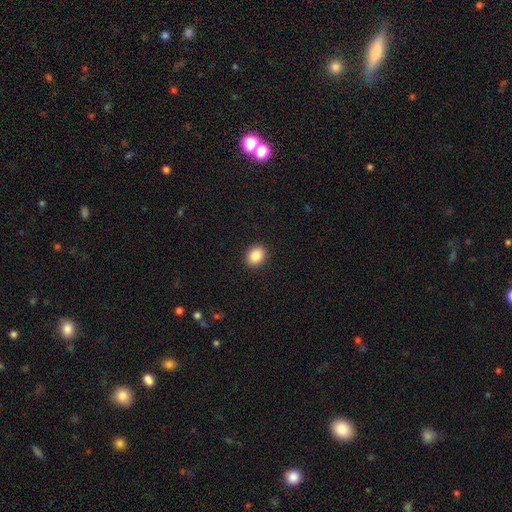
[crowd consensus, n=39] Morphology: type=smooth (85%); roundness=in between (55%); merging=none (92%).